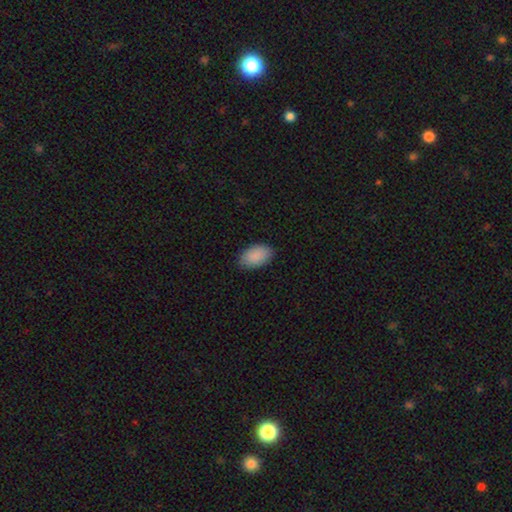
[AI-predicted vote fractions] smooth_or_featured: smooth (p=0.90) [alt: star or artifact p=0.06]
how_rounded: in between (p=0.94) [alt: round p=0.05]
merging: none (p=0.86) [alt: minor disturbance p=0.11]